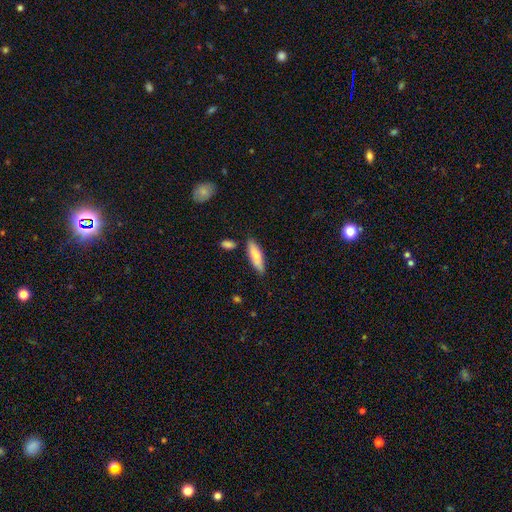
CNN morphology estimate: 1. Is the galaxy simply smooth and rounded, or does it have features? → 77% smooth, 17% featured or disk, 6% star or artifact.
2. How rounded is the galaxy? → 55% cigar-shaped, 43% in between, 2% round.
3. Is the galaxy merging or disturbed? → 80% none, 13% minor disturbance, 4% merger, 2% major disturbance.